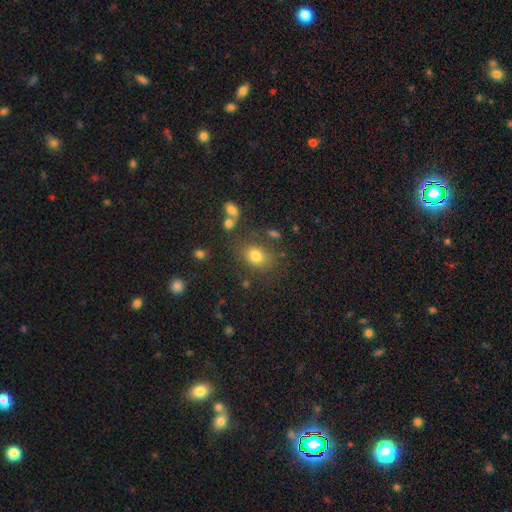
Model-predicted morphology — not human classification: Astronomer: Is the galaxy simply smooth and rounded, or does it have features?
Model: smooth — 78%.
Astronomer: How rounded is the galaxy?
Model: in between — 55% (runner-up: round, 44%).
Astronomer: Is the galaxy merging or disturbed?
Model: none — 72%.